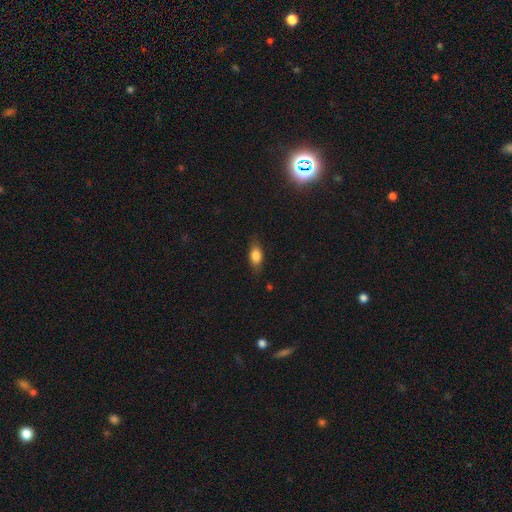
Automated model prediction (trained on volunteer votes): This is clearly a smooth galaxy (80%). How rounded: clearly in between (82%). Merging: likely none (78%).